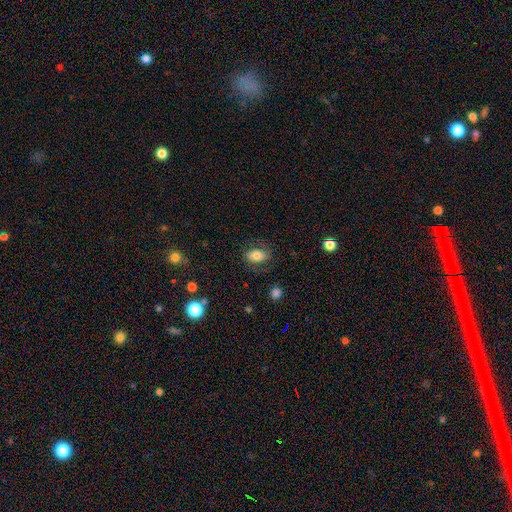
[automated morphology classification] Q: Smooth or featured?
A: smooth (70%); runner-up: featured or disk (22%)
Q: How rounded?
A: in between (87%); runner-up: round (11%)
Q: Merging?
A: none (73%); runner-up: minor disturbance (16%)